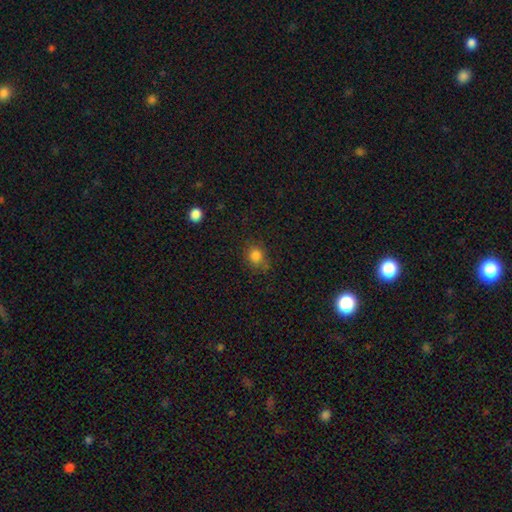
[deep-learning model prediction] A smooth galaxy with no disk features (82%) that is round (72%).

Vote fractions:
- Smooth or featured? smooth: 82% / star or artifact: 13% / featured or disk: 5%
- How rounded? round: 72% / in between: 27% / cigar-shaped: 1%
- Merging? none: 75% / minor disturbance: 16% / major disturbance: 5% / merger: 4%